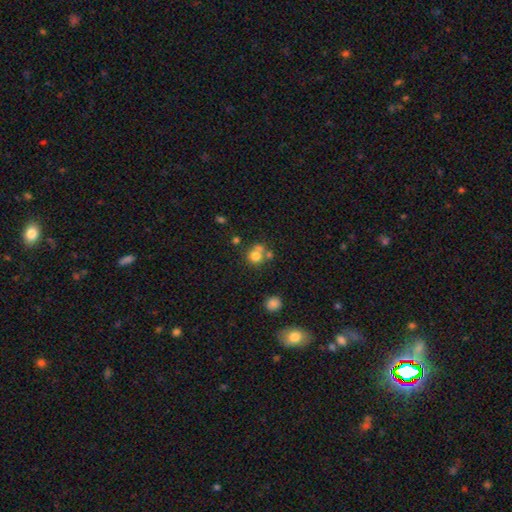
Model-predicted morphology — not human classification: Smooth or featured? Predicted: smooth (p=0.73). How rounded? Predicted: round (p=0.83). Merging? Predicted: none (p=0.46).